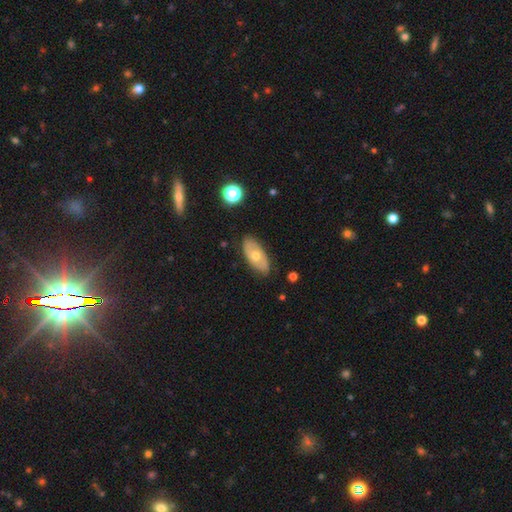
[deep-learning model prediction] Smooth or featured? Predicted: featured or disk (p=0.51). Edge-on disk? Predicted: no (p=0.84). Merging? Predicted: none (p=0.84).